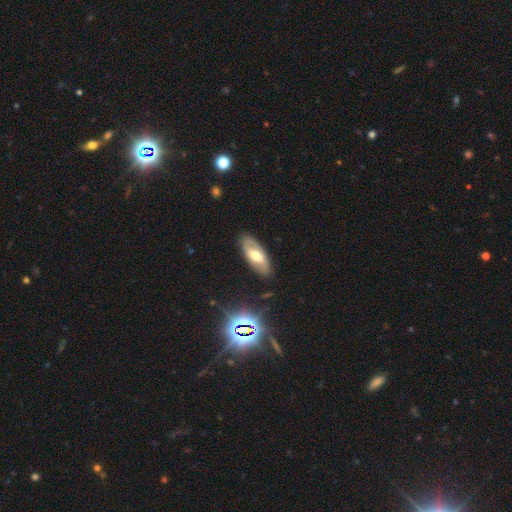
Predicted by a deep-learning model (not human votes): The model was most divided on "smooth or featured": featured or disk: 52%, smooth: 40%, star or artifact: 8%. More confident: merging — none (83%); edge-on disk — no (83%).